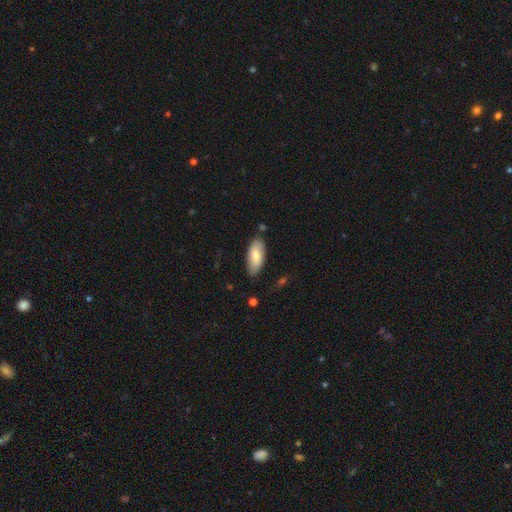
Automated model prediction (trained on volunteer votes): The model was most divided on "smooth or featured": smooth: 75%, featured or disk: 19%, star or artifact: 6%. More confident: how rounded — in between (87%); merging — none (79%).